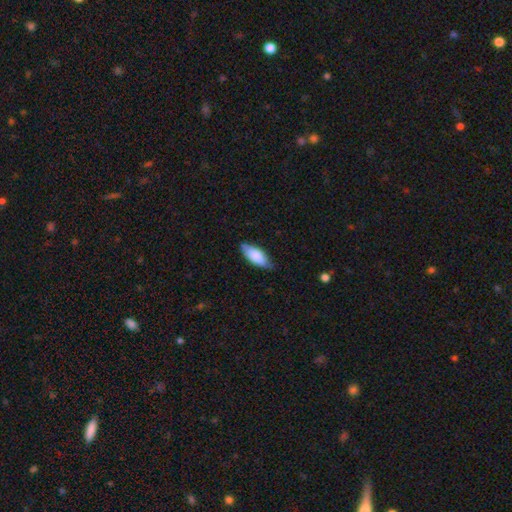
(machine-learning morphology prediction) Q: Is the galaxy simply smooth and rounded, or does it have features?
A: smooth — 80%.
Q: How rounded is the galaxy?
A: in between — 80%.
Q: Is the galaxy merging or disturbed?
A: none — 75%.